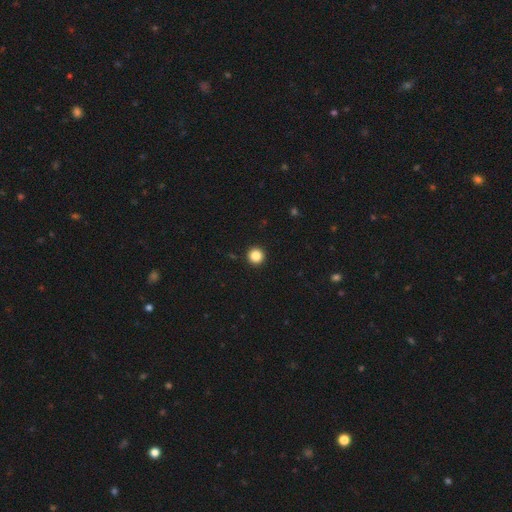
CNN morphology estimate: Overall: smooth (85%). How rounded: round (96%). Merging: none (94%).